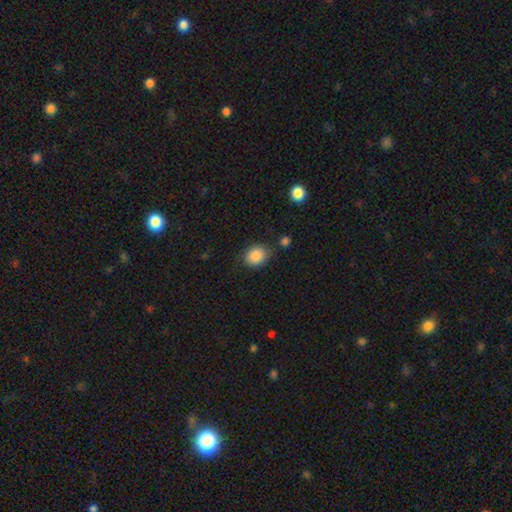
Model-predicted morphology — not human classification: Smooth or featured: smooth — 87% (star or artifact — 8%)
How rounded: round — 60% (in between — 39%)
Merging: none — 75% (minor disturbance — 16%)